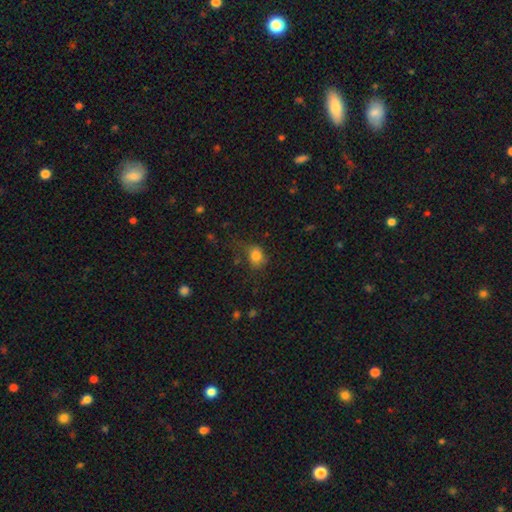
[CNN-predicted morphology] smooth-or-featured: smooth: 82% | star or artifact: 11% | featured or disk: 7%
  how-rounded: in between: 50% | round: 49% | cigar-shaped: 1%
  merging: none: 58% | minor disturbance: 26% | major disturbance: 13% | merger: 3%